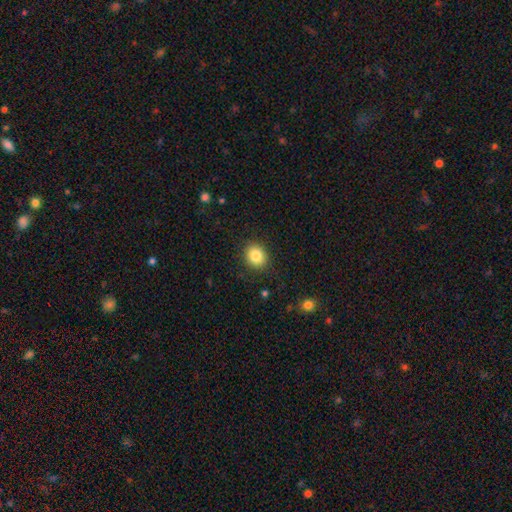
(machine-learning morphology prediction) Smooth or featured? smooth (85%)
How rounded? round (68%)
Merging? none (88%)